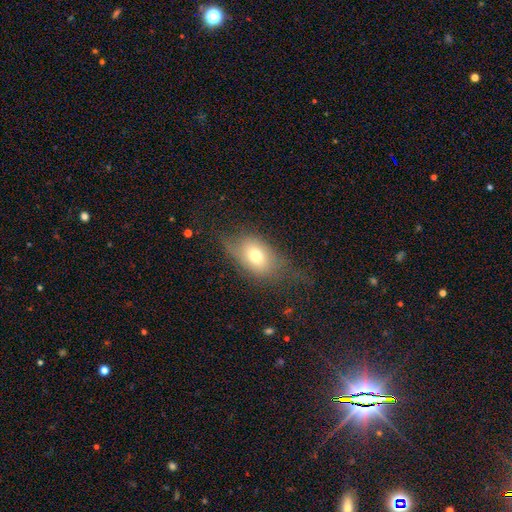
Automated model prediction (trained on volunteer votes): This appears to be a smooth galaxy with no disk features (66%) that is in between round and cigar-shaped (81%). Merging: none (47%).